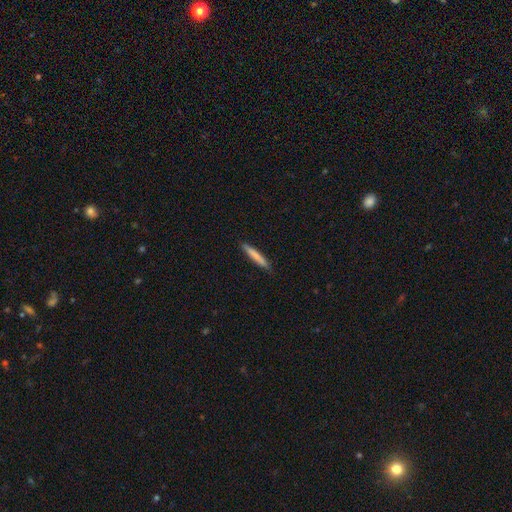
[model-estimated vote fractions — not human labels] smooth 74%, featured or disk 20%, star or artifact 5%. Down the decision tree: how rounded — cigar-shaped (95%); merging — none (90%).